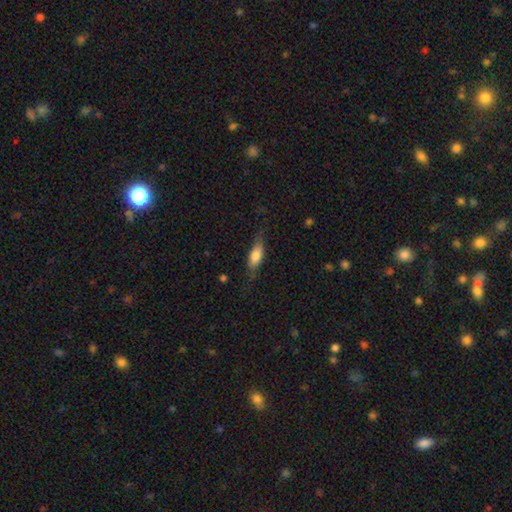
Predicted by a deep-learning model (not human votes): This is likely a smooth galaxy (71%). How rounded: likely in between (63%). Merging: likely none (68%).